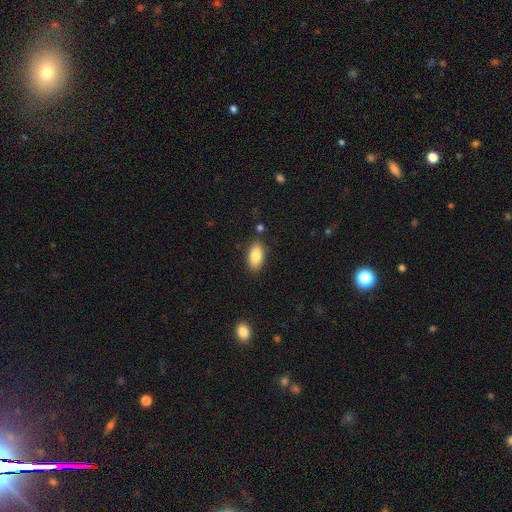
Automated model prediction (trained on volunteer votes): Smooth or featured? smooth (84%)
How rounded? in between (91%)
Merging? none (85%)